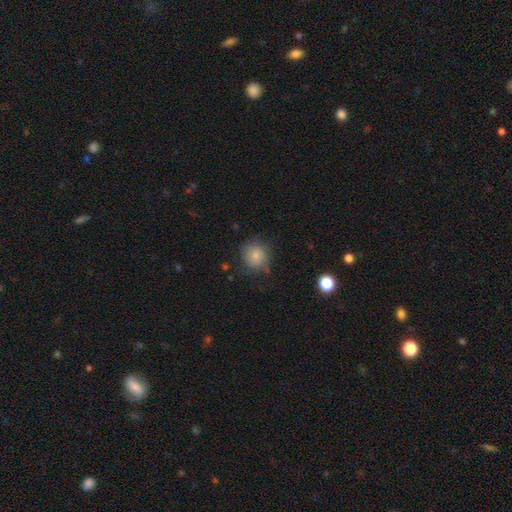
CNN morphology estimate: Overall: smooth (79%). How rounded: round (84%). Merging: none (69%).